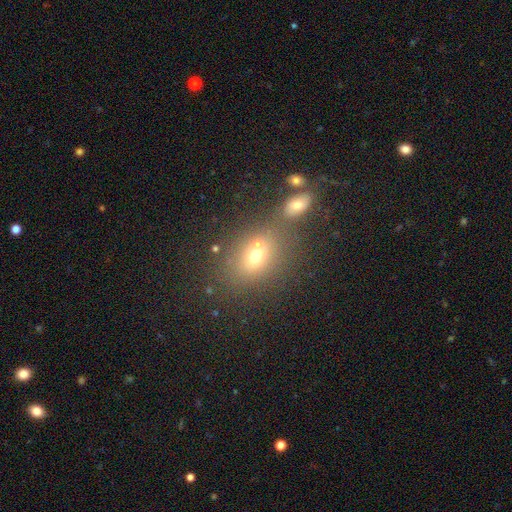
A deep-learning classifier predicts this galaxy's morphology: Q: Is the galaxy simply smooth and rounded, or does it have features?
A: smooth — 66%.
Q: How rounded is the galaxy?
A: in between — 56%.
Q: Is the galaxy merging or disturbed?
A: none — 53%.